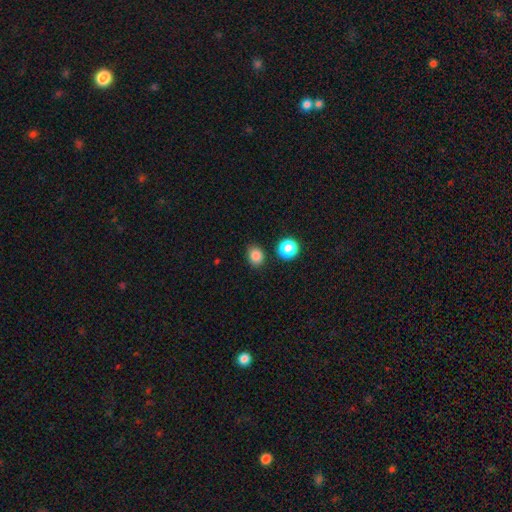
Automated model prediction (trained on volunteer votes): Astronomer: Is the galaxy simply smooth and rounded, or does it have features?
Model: smooth — 84%.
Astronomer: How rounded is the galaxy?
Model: round — 57% (runner-up: in between, 42%).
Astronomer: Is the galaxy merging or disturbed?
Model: none — 83%.